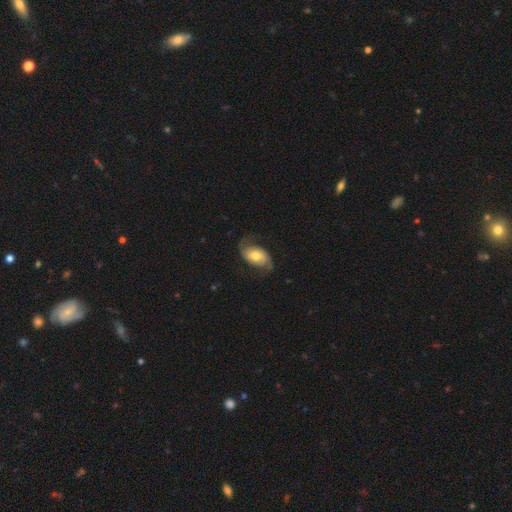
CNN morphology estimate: This is likely a featured or disk galaxy (69%). It is clearly not viewed edge-on (96%). Bar: likely no (61%). Spiral arm pattern: clearly yes (91%). Spiral arm count: clearly 2 (89%). Spiral winding: possibly loose (49%). Central bulge: likely moderate (65%). Merging: likely none (67%).